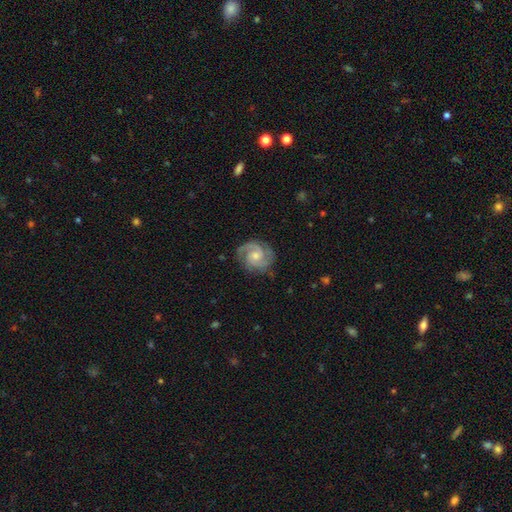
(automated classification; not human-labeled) A featured or disk galaxy (88%) with no bar (63%), 2 (63%) tight (47%) spiral arms (98%) and a moderate central bulge (49%). Merging: none (78%).